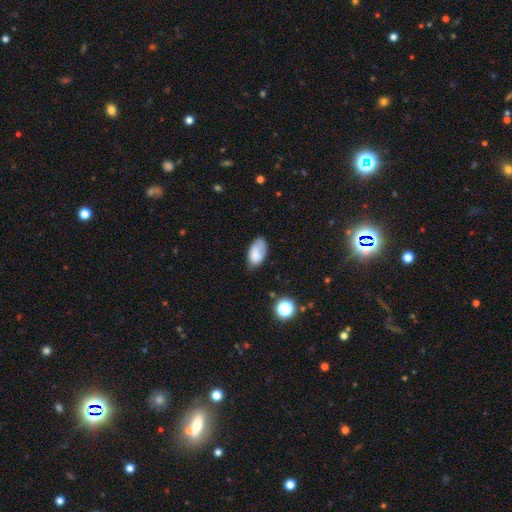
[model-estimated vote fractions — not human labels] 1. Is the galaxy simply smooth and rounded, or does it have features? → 80% smooth, 12% featured or disk, 9% star or artifact.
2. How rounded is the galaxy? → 94% in between, 4% round, 2% cigar-shaped.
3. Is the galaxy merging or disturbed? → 60% none, 31% minor disturbance, 7% major disturbance, 2% merger.